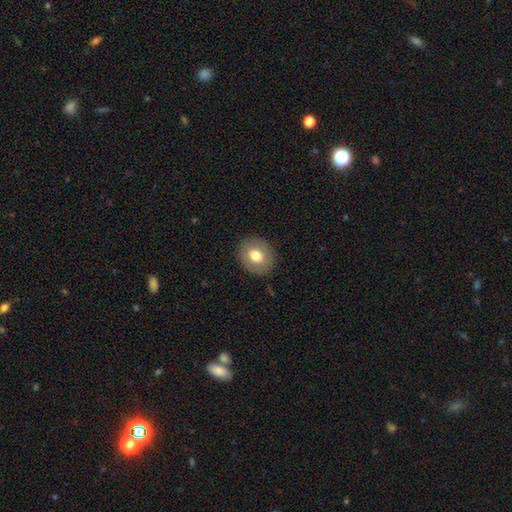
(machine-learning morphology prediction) Smooth or featured? Predicted: smooth (p=0.69). How rounded? Predicted: round (p=0.62). Merging? Predicted: none (p=0.87).